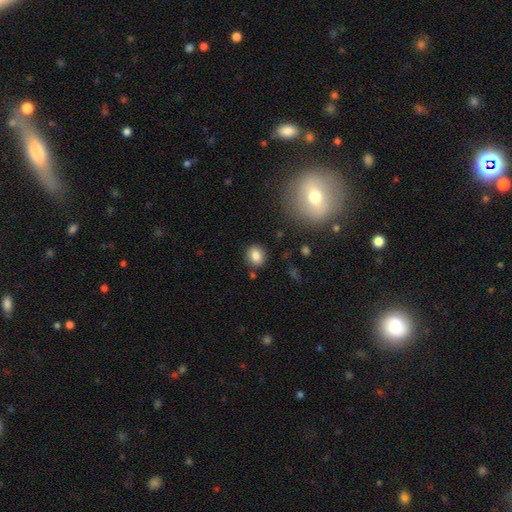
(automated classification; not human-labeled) Smooth or featured? smooth (83%)
How rounded? round (62%)
Merging? none (85%)